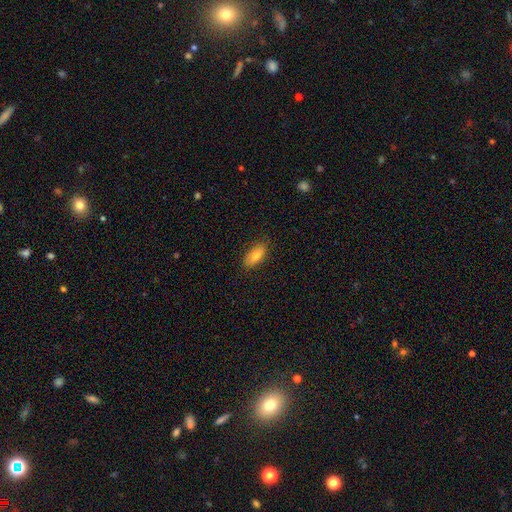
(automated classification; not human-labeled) This appears to be a smooth galaxy with no disk features (77%) that is in between round and cigar-shaped (84%). Merging: none (86%).